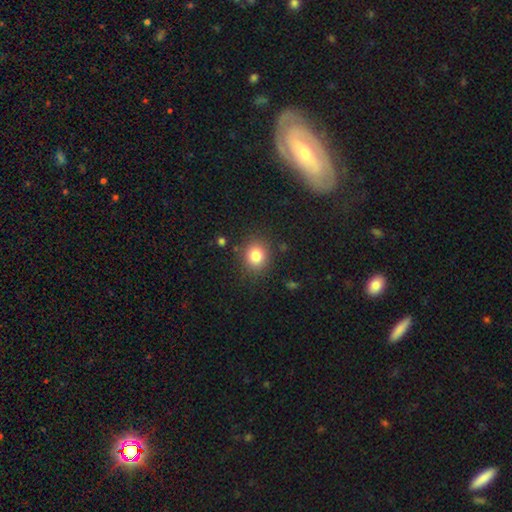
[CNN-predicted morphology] Q: Smooth or featured?
A: smooth (82%); runner-up: star or artifact (11%)
Q: How rounded?
A: round (76%); runner-up: in between (23%)
Q: Merging?
A: none (86%); runner-up: minor disturbance (9%)